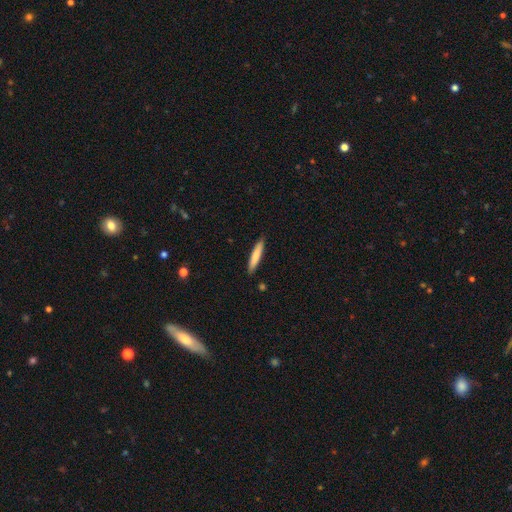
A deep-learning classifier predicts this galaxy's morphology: This is likely a smooth galaxy (79%). How rounded: clearly cigar-shaped (90%). Merging: clearly none (90%).